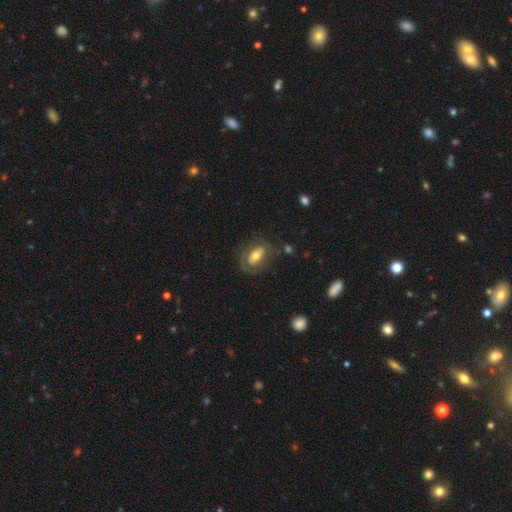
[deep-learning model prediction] smooth_or_featured: featured or disk (p=0.48) [alt: smooth p=0.46]
merging: none (p=0.65) [alt: minor disturbance p=0.19]